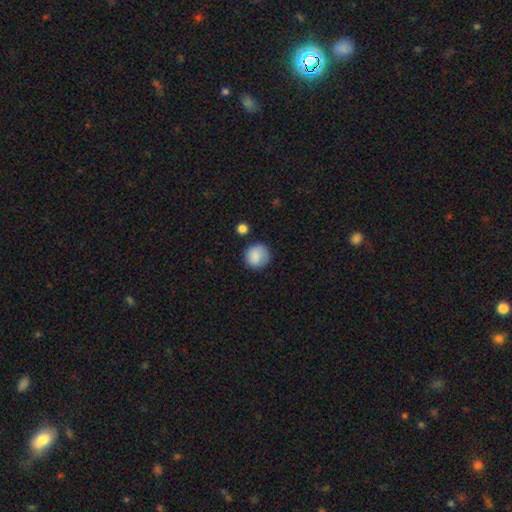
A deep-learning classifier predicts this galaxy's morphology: type=smooth (87%); roundness=round (92%); merging=none (81%).